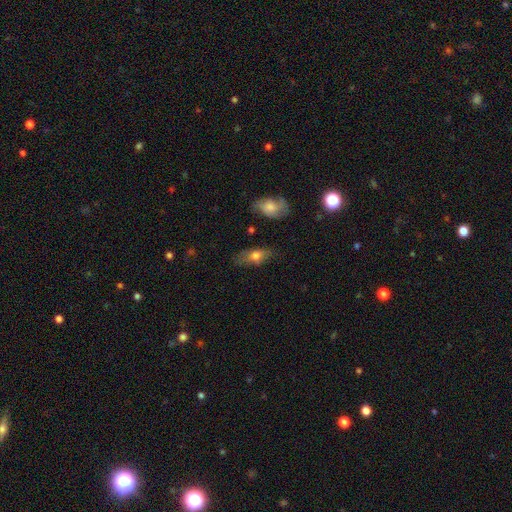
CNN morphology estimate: This appears to be a smooth galaxy with no disk features (64%) that is in between round and cigar-shaped (78%). Merging: none (69%).